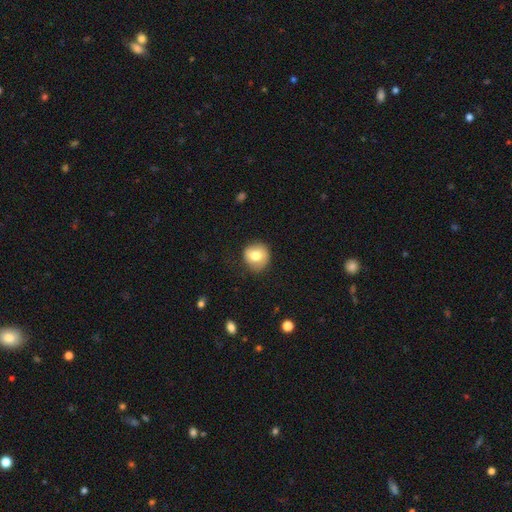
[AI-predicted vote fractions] smooth 76%, featured or disk 16%, star or artifact 8%. Down the decision tree: how rounded — round (87%); merging — none (80%).